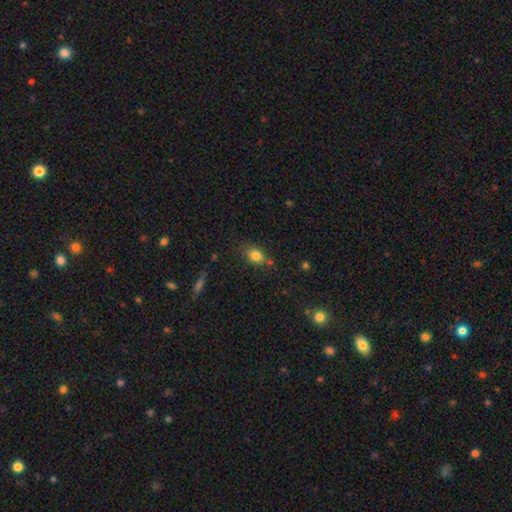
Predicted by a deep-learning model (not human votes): Morphology: type=smooth (81%); roundness=in between (69%); merging=none (71%).